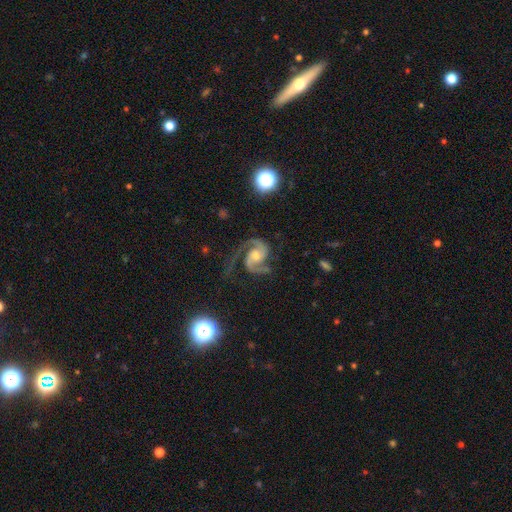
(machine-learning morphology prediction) A featured or disk galaxy (92%) with no bar (56%), 2 (93%) medium (62%) spiral arms (99%) and a moderate central bulge (53%).

Vote fractions:
- Smooth or featured? featured or disk: 92% / star or artifact: 5% / smooth: 3%
- Edge-on disk? no: 98% / yes: 2%
- Bar? no: 56% / weak: 33% / strong: 11%
- Spiral arms? yes: 99% / no: 1%
- Spiral winding? medium: 62% / tight: 23% / loose: 15%
- Spiral arm count? 2: 93% / 3: 2% / can't tell: 2% / 1: 1% / 4: 1% / more than 4: 1%
- Bulge size? moderate: 53% / small: 38% / large: 4% / none: 4% / dominant: 1%
- Merging? none: 72% / minor disturbance: 15% / major disturbance: 10% / merger: 2%